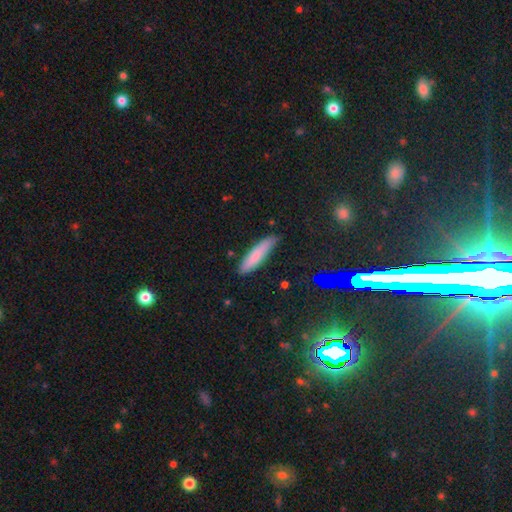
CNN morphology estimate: Overall: smooth (77%). How rounded: cigar-shaped (79%). Merging: none (80%).